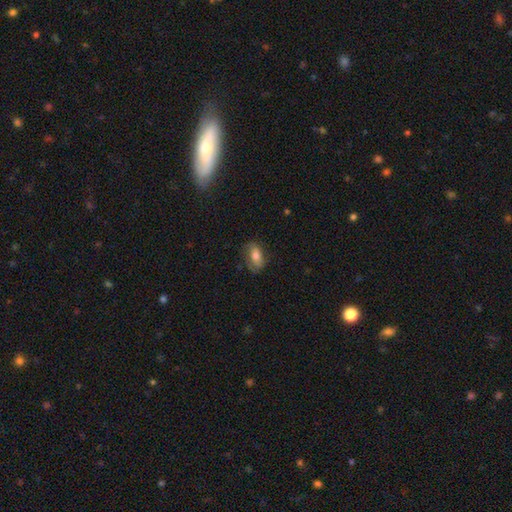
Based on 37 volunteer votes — Smooth or featured: smooth — 68% (featured or disk — 30%)
How rounded: in between — 100%
Merging: none — 72% (minor disturbance — 19%)